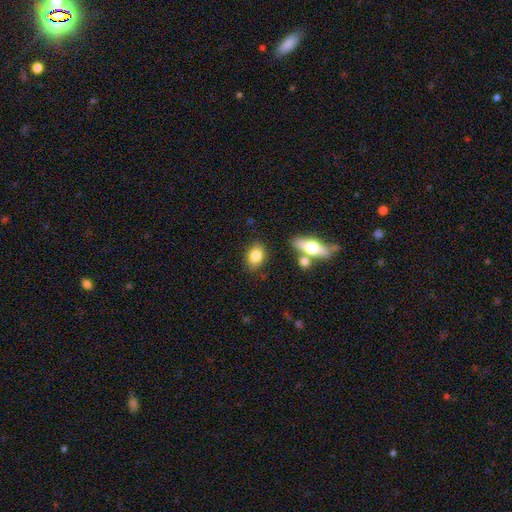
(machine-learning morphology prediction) Smooth or featured?
  - smooth: 81% *
  - featured or disk: 11%
  - star or artifact: 8%
How rounded?
  - in between: 73% *
  - round: 24%
  - cigar-shaped: 3%
Merging?
  - none: 80% *
  - minor disturbance: 11%
  - merger: 6%
  - major disturbance: 3%